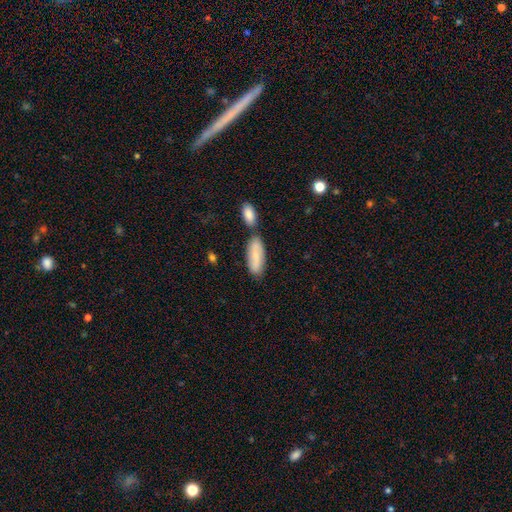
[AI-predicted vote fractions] Overall: smooth (74%). How rounded: in between (74%). Merging: none (61%; merger 23%).